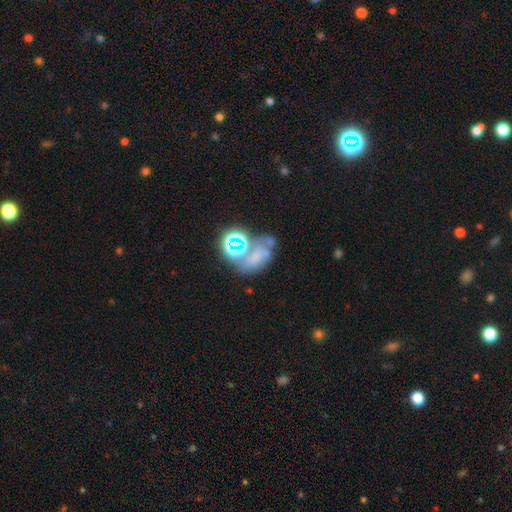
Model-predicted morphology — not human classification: star or artifact 35%, featured or disk 32%, smooth 32%.